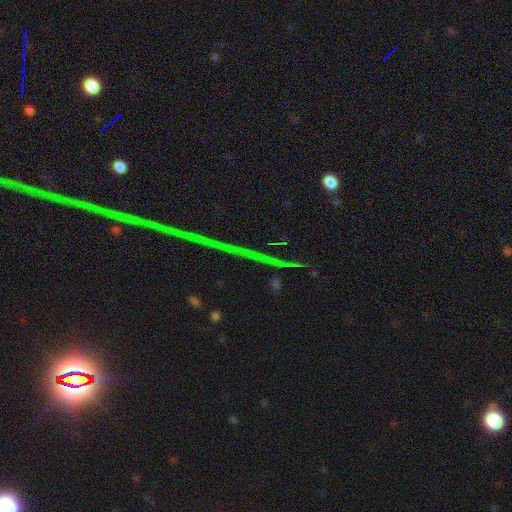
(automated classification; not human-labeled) star or artifact 78%, featured or disk 12%, smooth 10%.